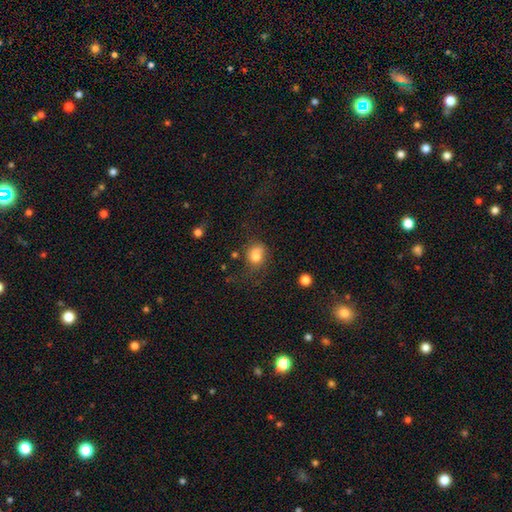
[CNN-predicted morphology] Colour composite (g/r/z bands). It shows a smooth galaxy with no disk features (77%) that is round (54%). Merging: none (50%).